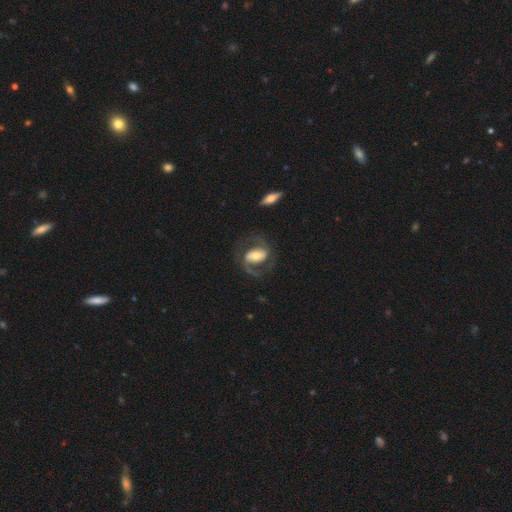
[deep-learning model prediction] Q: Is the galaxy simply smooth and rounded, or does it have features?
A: featured or disk — 79%.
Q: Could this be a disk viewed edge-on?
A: no — 96%.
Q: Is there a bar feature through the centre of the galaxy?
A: strong — 37%.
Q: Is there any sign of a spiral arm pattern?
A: yes — 89%.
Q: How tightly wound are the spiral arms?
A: medium — 53%.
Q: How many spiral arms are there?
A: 2 — 88%.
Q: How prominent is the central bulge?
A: moderate — 58%.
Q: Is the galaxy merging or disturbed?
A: none — 72%.